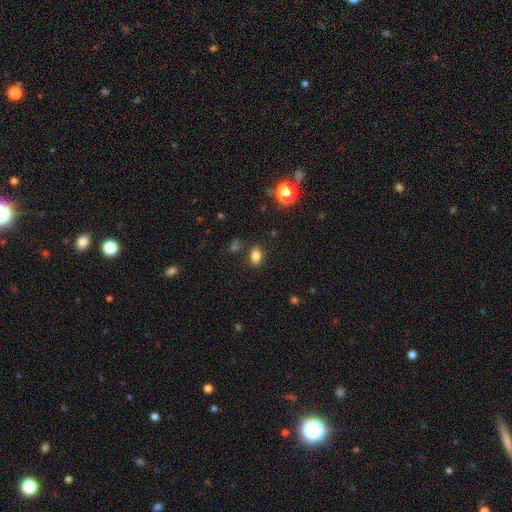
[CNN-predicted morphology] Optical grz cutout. It shows a smooth galaxy with no disk features (82%) that is in between round and cigar-shaped (84%). Merging: none (83%).